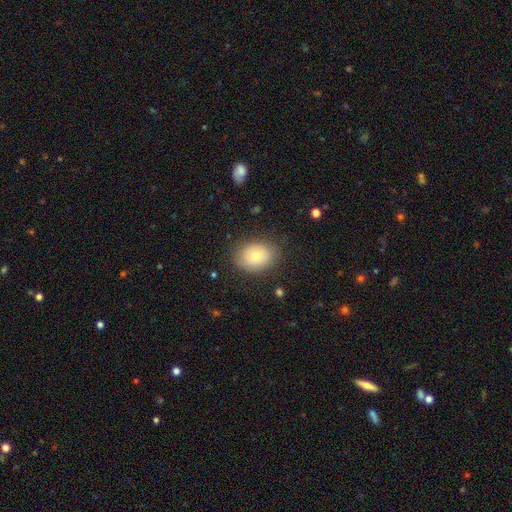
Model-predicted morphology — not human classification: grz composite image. It shows a smooth galaxy with no disk features (77%) that is in between round and cigar-shaped (59%). Merging: none (82%).